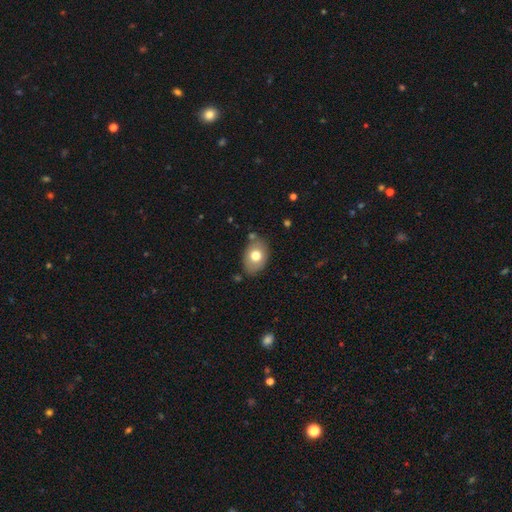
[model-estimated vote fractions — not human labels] This is likely a smooth galaxy (72%). How rounded: likely in between (77%). Merging: likely none (74%).